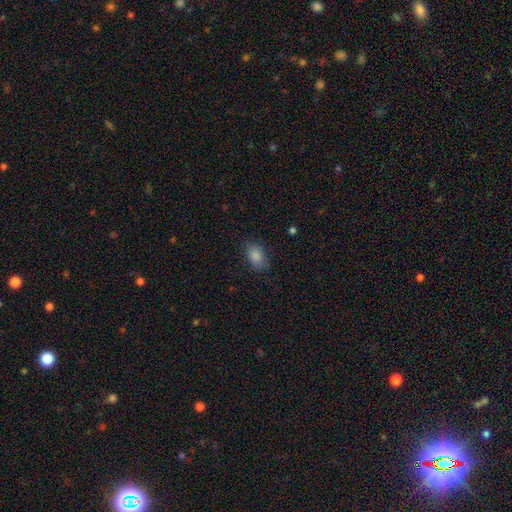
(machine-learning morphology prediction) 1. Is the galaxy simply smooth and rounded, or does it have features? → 86% smooth, 8% star or artifact, 6% featured or disk.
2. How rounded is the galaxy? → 87% in between, 11% round, 2% cigar-shaped.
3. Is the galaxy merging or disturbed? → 80% none, 15% minor disturbance, 4% major disturbance, 1% merger.